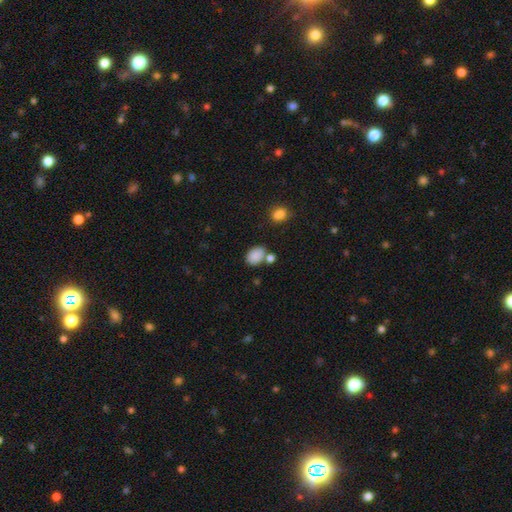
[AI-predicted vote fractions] The model was most divided on "merging": none: 61%, merger: 17%, minor disturbance: 17%, major disturbance: 5%. More confident: smooth or featured — smooth (85%); how rounded — in between (77%).